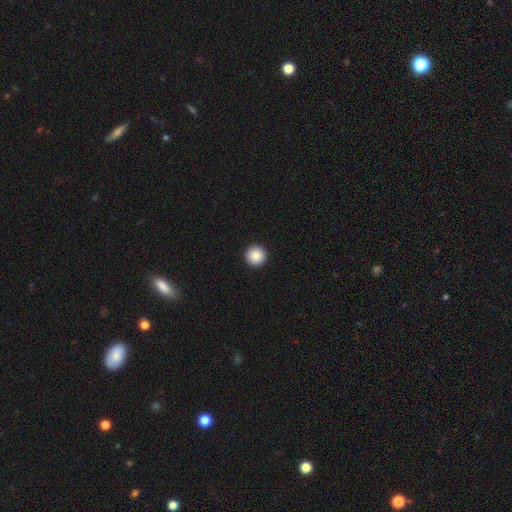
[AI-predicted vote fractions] Smooth or featured?
  - smooth: 88% *
  - star or artifact: 9%
  - featured or disk: 3%
How rounded?
  - round: 97% *
  - in between: 3%
  - cigar-shaped: 1%
Merging?
  - none: 94% *
  - minor disturbance: 4%
  - major disturbance: 1%
  - merger: 1%